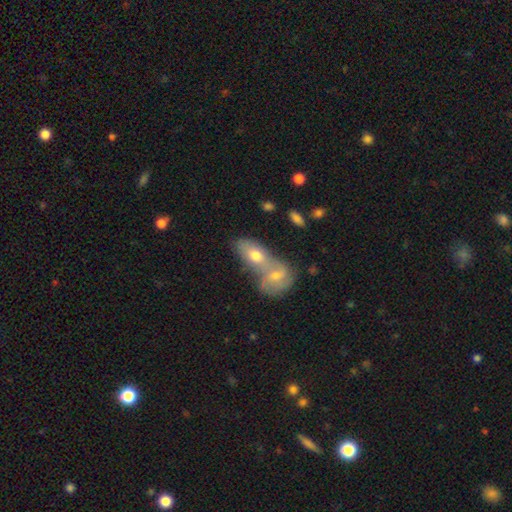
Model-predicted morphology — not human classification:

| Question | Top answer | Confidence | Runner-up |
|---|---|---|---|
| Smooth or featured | smooth | 63% | featured or disk (30%) |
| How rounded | in between | 82% | round (10%) |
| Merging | merger | 69% | none (21%) |